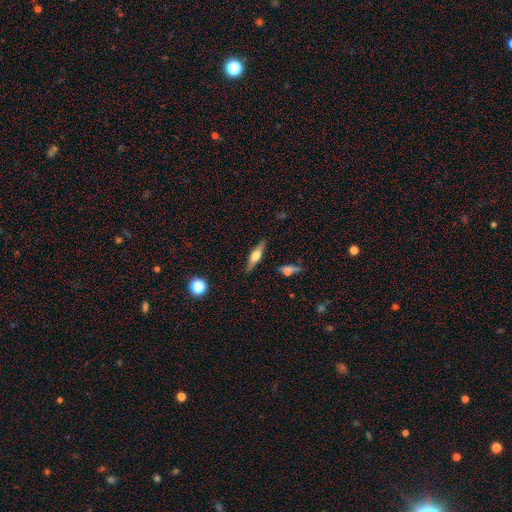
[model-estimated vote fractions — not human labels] This appears to be a featured or disk galaxy (60%) viewed edge-on (95%) with a rounded central bulge (90%). Merging: none (85%).